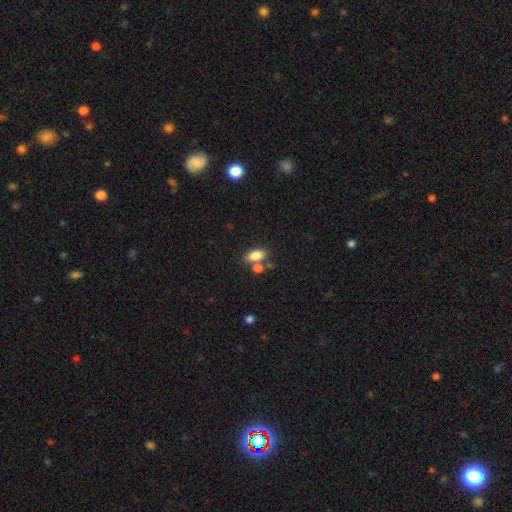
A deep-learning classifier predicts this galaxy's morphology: smooth 82%, star or artifact 9%, featured or disk 9%. Down the decision tree: how rounded — in between (88%); merging — none (56%).